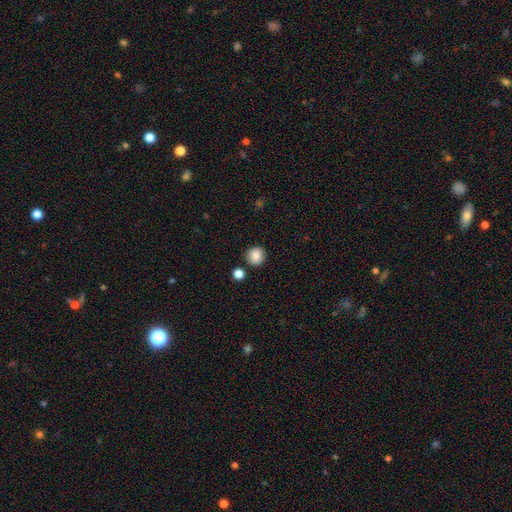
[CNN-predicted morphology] This is clearly a smooth galaxy (85%). How rounded: clearly round (90%). Merging: clearly none (86%).